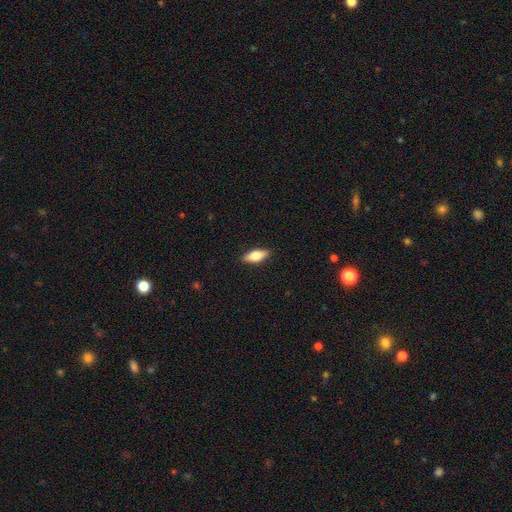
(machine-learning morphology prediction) Q: Smooth or featured?
A: smooth (70%); runner-up: featured or disk (24%)
Q: How rounded?
A: in between (75%); runner-up: cigar-shaped (22%)
Q: Merging?
A: none (88%); runner-up: minor disturbance (9%)